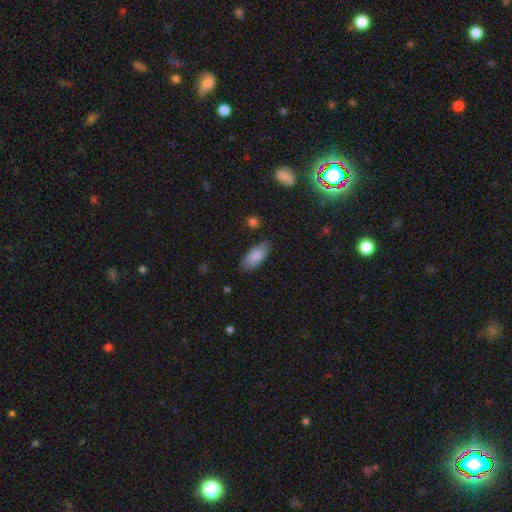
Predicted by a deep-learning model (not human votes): This appears to be a smooth galaxy with no disk features (86%) that is in between round and cigar-shaped (87%). Merging: none (80%).